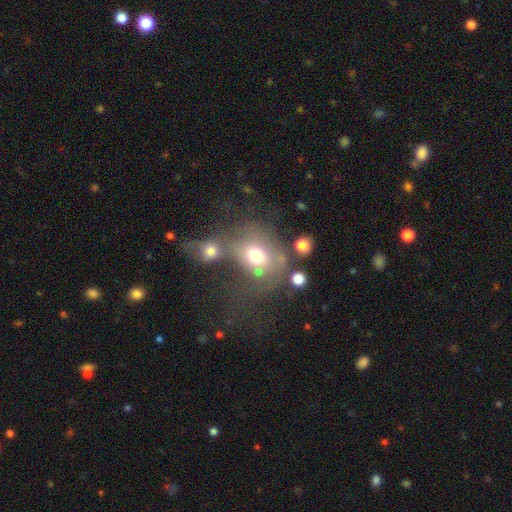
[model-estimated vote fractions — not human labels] smooth 67%, featured or disk 18%, star or artifact 15%. Down the decision tree: how rounded — round (56%); merging — merger (39%).